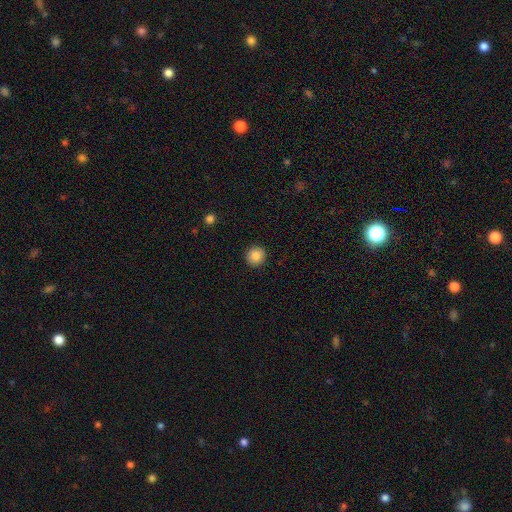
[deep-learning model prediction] Smooth or featured? smooth (86%)
How rounded? round (93%)
Merging? none (92%)